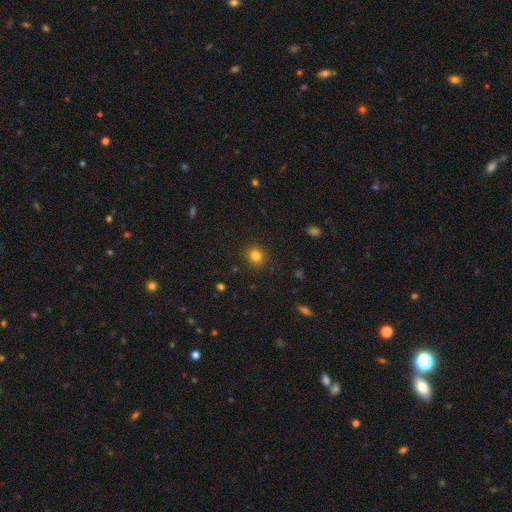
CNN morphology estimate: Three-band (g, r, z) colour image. It shows a smooth galaxy with no disk features (82%) that is round (83%). Merging: none (89%).